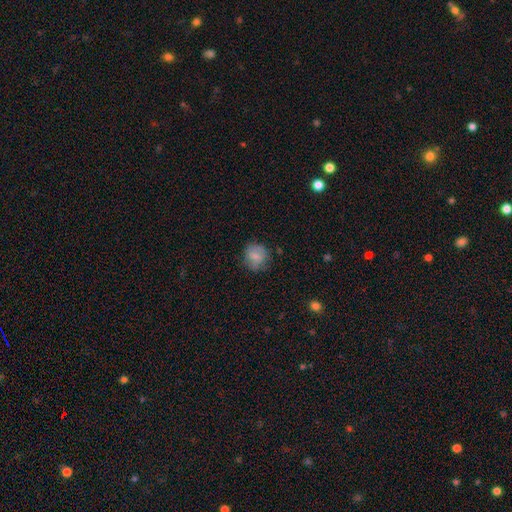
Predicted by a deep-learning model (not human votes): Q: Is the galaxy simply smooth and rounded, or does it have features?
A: smooth — 74%.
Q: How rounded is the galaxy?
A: round — 81%.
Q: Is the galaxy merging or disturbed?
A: none — 72%.